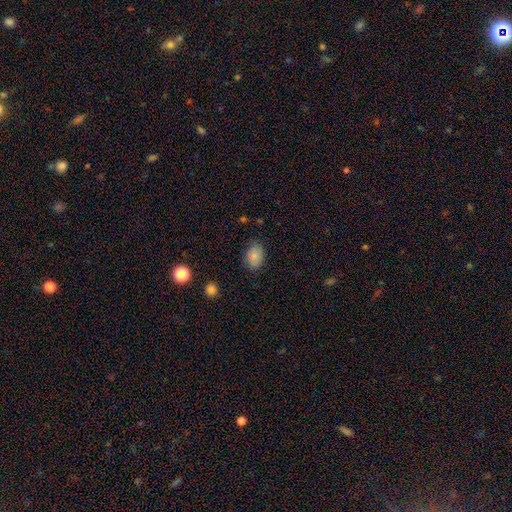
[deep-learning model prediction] Overall: smooth (80%). How rounded: in between (79%). Merging: none (80%).